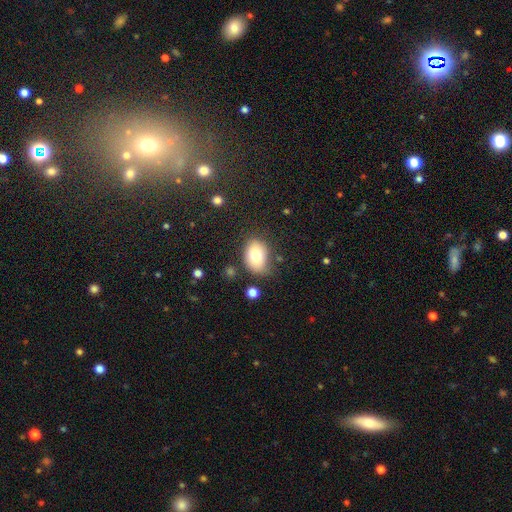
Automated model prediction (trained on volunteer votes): Smooth or featured?
  - smooth: 78% *
  - featured or disk: 13%
  - star or artifact: 9%
How rounded?
  - in between: 81% *
  - round: 18%
  - cigar-shaped: 1%
Merging?
  - none: 69% *
  - minor disturbance: 21%
  - major disturbance: 6%
  - merger: 5%